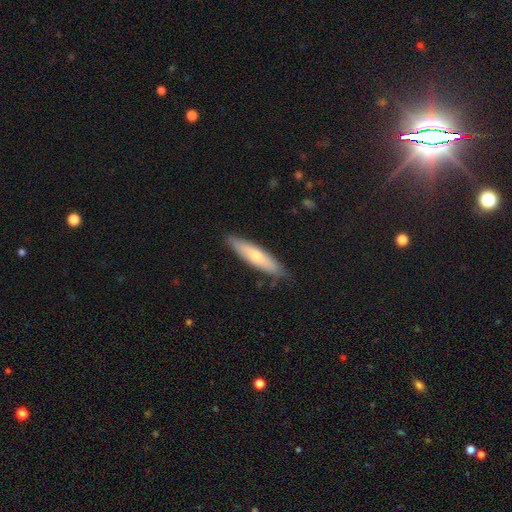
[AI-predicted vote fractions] A smooth galaxy with no disk features (47%).

Vote fractions:
- Smooth or featured? smooth: 47% / featured or disk: 41% / star or artifact: 11%
- Merging? none: 87% / minor disturbance: 10% / major disturbance: 2% / merger: 1%